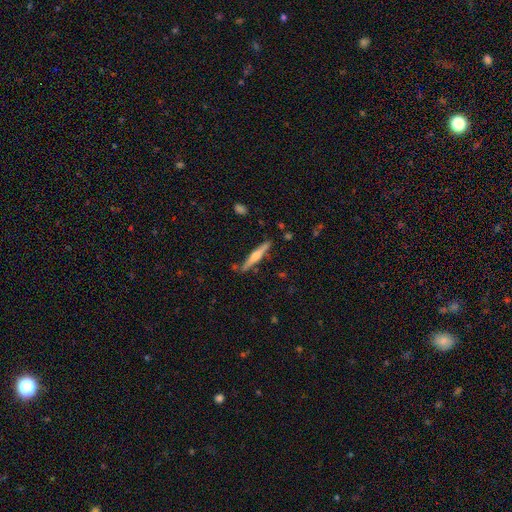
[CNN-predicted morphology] This appears to be a featured or disk galaxy (61%) viewed edge-on (97%) with a rounded central bulge (77%). Merging: none (84%).